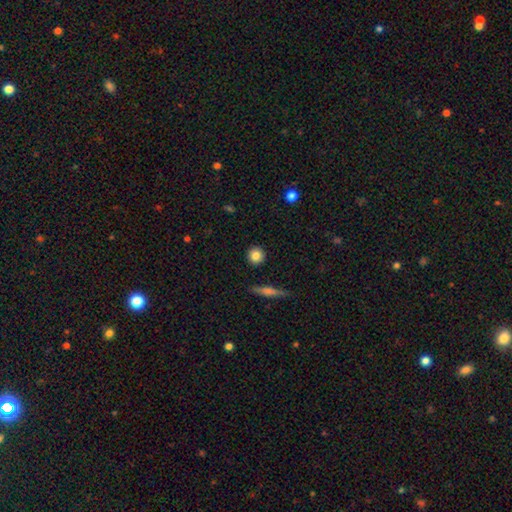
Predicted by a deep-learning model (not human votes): smooth-or-featured: smooth: 83% | featured or disk: 9% | star or artifact: 8%
  how-rounded: round: 92% | in between: 6% | cigar-shaped: 2%
  merging: none: 91% | minor disturbance: 6% | major disturbance: 2% | merger: 2%